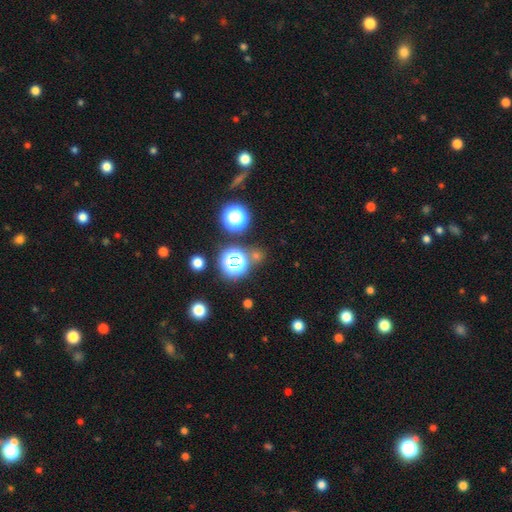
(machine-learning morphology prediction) This appears to be a star or artifact, not a galaxy (46%, tied with smooth).